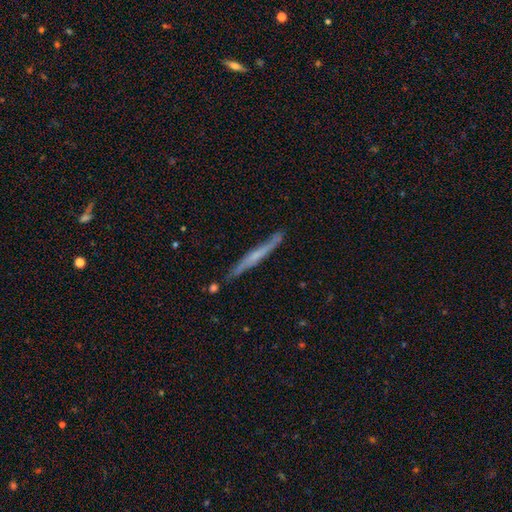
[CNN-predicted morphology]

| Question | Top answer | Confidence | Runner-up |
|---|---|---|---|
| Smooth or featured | featured or disk | 58% | smooth (37%) |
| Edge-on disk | yes | 92% | no (8%) |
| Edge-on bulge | none | 59% | rounded (30%) |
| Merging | none | 77% | minor disturbance (17%) |